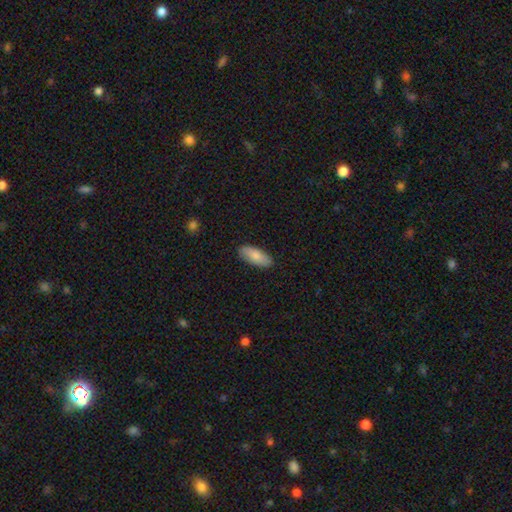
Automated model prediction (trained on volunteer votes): Morphology: type=smooth (84%); roundness=in between (82%); merging=none (88%).